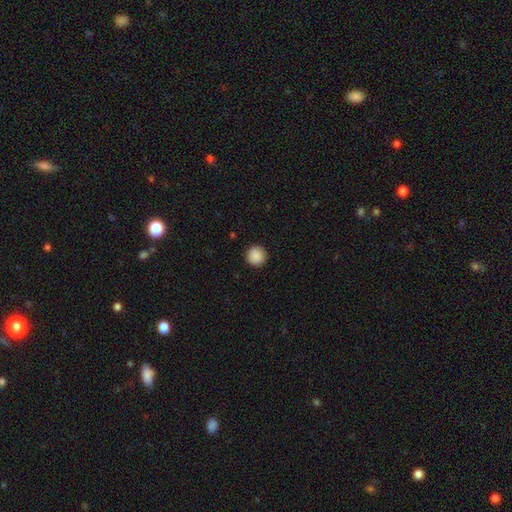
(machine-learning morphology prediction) Smooth or featured: smooth — 89% (star or artifact — 8%)
How rounded: round — 96% (in between — 3%)
Merging: none — 92% (minor disturbance — 6%)